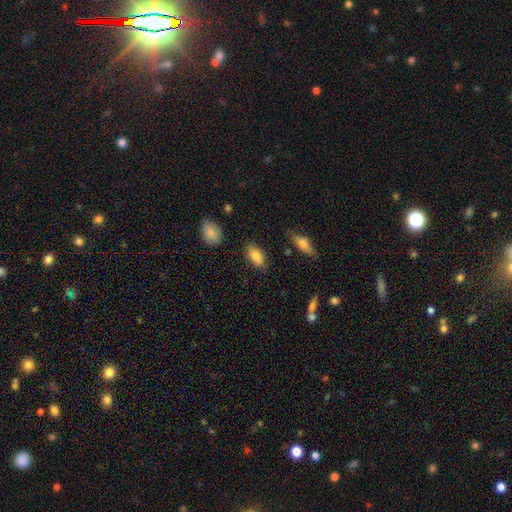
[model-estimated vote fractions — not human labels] This is clearly a smooth galaxy (83%). How rounded: clearly in between (90%). Merging: likely none (79%).